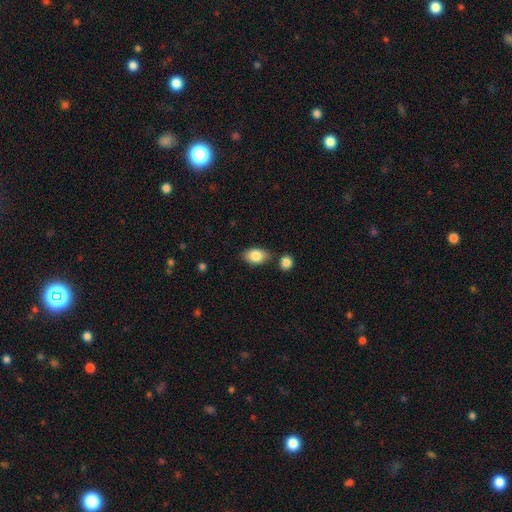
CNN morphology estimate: Smooth or featured? Predicted: smooth (p=0.85). How rounded? Predicted: in between (p=0.88). Merging? Predicted: none (p=0.76).